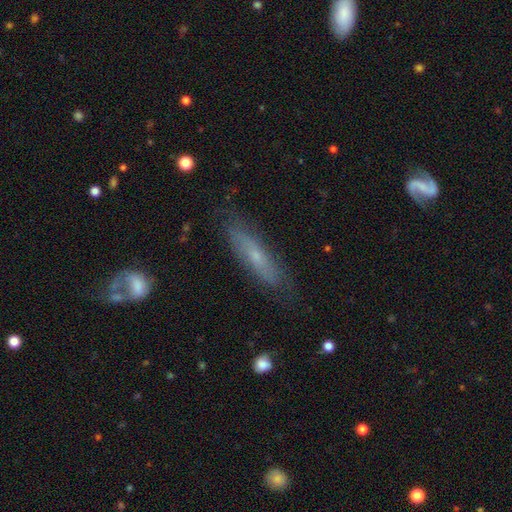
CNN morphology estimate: This appears to be a smooth galaxy with no disk features (47%). Merging: none (78%).